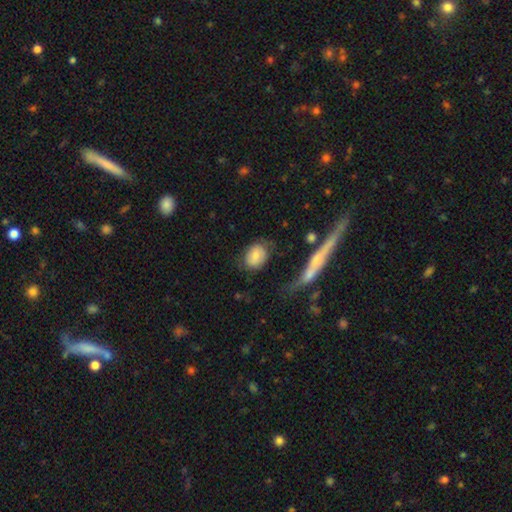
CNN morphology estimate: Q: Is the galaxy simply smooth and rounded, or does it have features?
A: smooth — 75%.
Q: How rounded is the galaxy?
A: round — 54%.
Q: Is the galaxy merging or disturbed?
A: none — 65%.